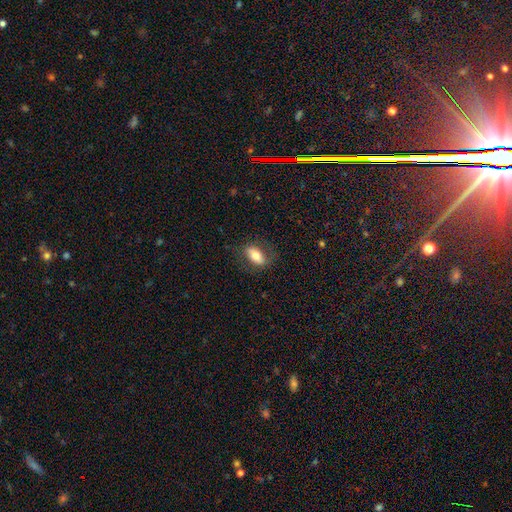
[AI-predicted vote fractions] This appears to be a smooth galaxy with no disk features (67%) that is in between round and cigar-shaped (86%). Merging: none (75%).